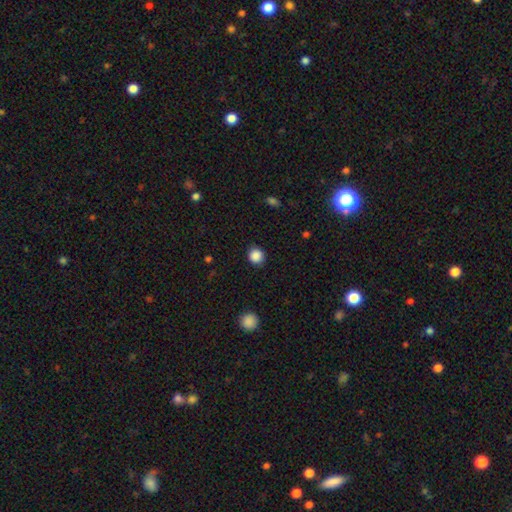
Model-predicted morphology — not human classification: Smooth or featured?
  - smooth: 87% *
  - star or artifact: 10%
  - featured or disk: 3%
How rounded?
  - round: 89% *
  - in between: 10%
  - cigar-shaped: 1%
Merging?
  - none: 88% *
  - minor disturbance: 8%
  - major disturbance: 3%
  - merger: 1%